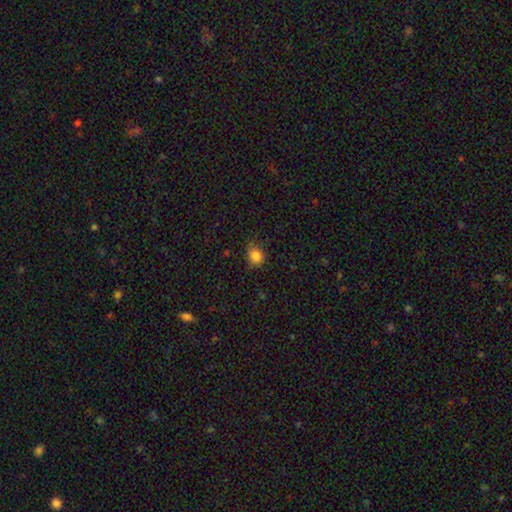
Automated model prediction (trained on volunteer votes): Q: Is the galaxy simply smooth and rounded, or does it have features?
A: smooth — 85%.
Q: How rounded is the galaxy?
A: round — 70%.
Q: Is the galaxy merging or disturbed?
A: none — 74%.